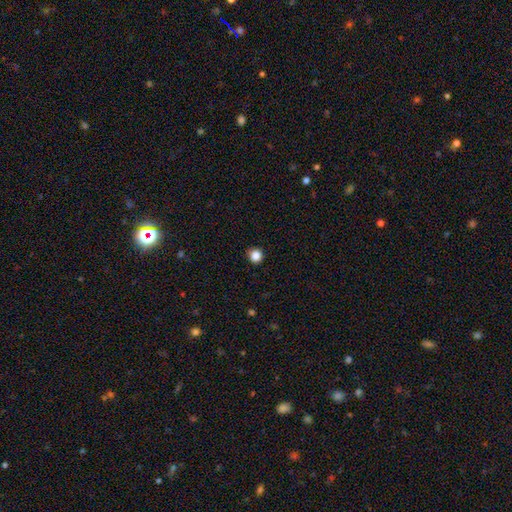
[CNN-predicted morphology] Smooth or featured: smooth — 85% (star or artifact — 12%)
How rounded: round — 94% (in between — 5%)
Merging: none — 90% (minor disturbance — 7%)